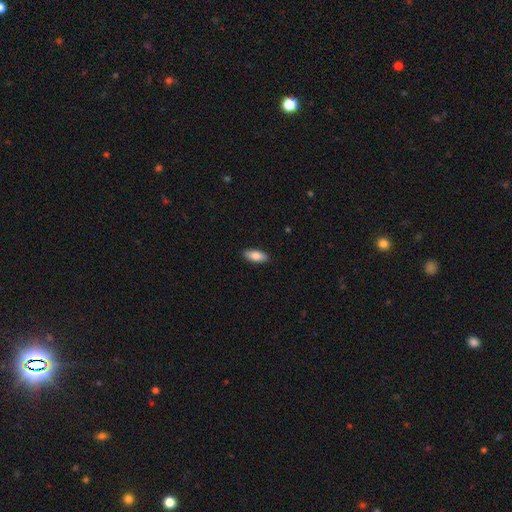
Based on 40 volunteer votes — Smooth or featured? 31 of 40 (78%) said smooth. How rounded? 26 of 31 (84%) said in between. Merging? 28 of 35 (80%) said none.